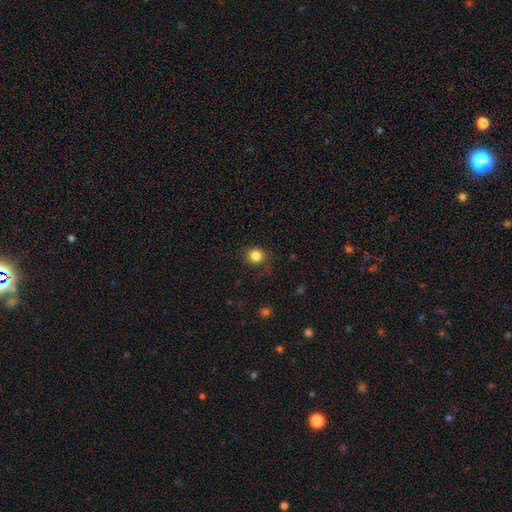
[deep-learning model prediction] Smooth or featured? Predicted: smooth (p=0.83). How rounded? Predicted: round (p=0.87). Merging? Predicted: none (p=0.83).